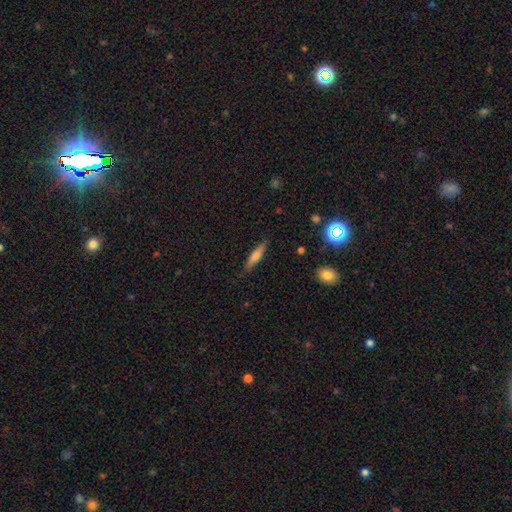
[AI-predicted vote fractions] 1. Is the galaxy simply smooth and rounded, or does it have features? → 62% smooth, 30% featured or disk, 7% star or artifact.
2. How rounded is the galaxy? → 83% cigar-shaped, 15% in between, 2% round.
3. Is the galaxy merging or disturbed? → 86% none, 11% minor disturbance, 2% major disturbance, 1% merger.